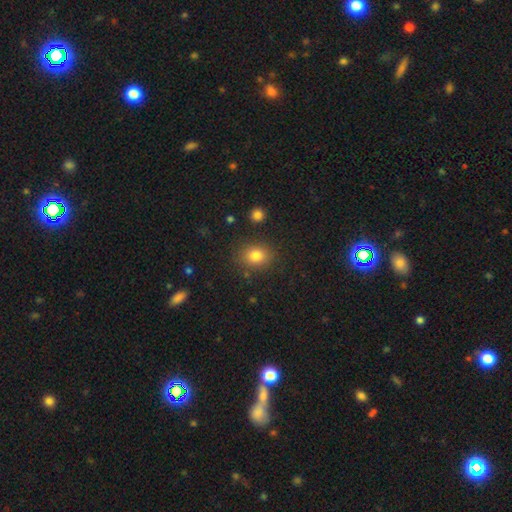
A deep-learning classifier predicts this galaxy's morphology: Smooth or featured? smooth (81%)
How rounded? round (53%)
Merging? none (83%)